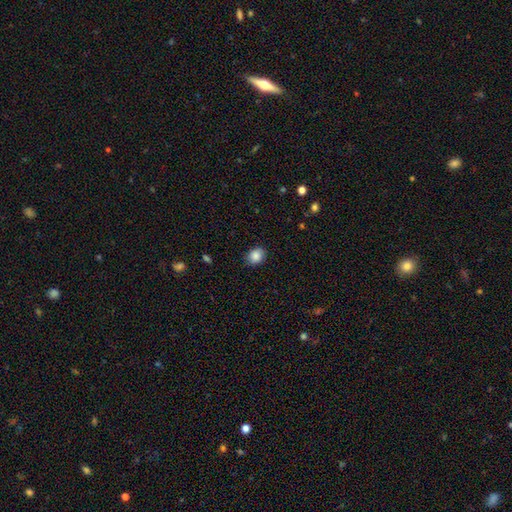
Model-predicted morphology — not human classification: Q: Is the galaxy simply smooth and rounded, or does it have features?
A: smooth — 87%.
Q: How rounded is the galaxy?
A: round — 52%.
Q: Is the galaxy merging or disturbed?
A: none — 86%.